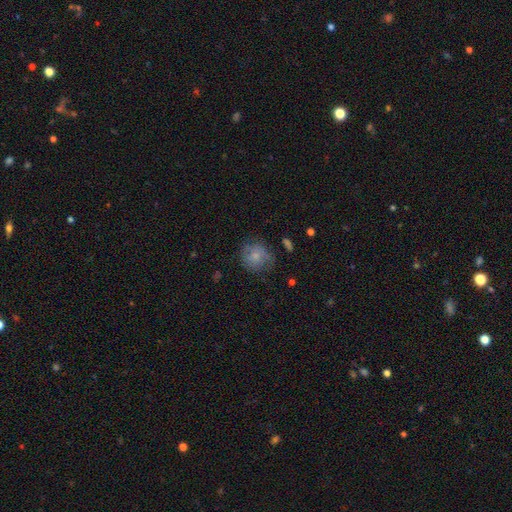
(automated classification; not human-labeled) This appears to be a smooth galaxy with no disk features (65%) that is round (83%). Merging: none (63%).